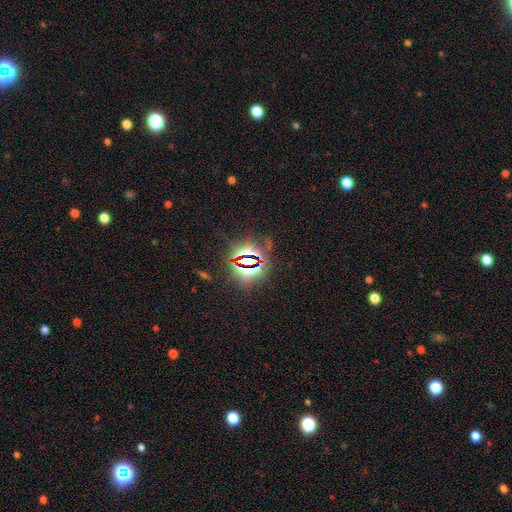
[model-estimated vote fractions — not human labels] This appears to be a star or artifact, not a galaxy (82%).